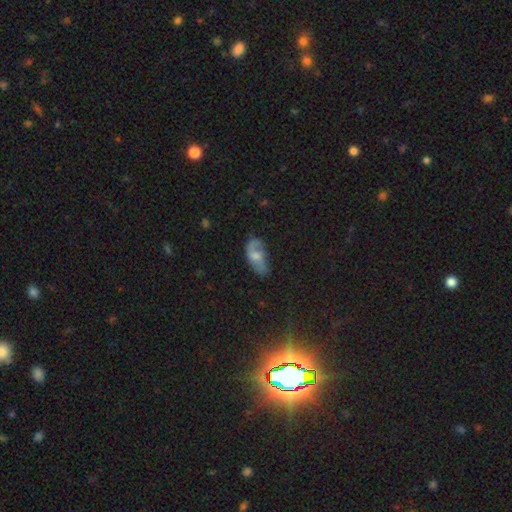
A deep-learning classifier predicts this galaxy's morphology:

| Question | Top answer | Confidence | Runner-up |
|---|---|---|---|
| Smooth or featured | featured or disk | 48% | smooth (43%) |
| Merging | none | 45% | minor disturbance (30%) |